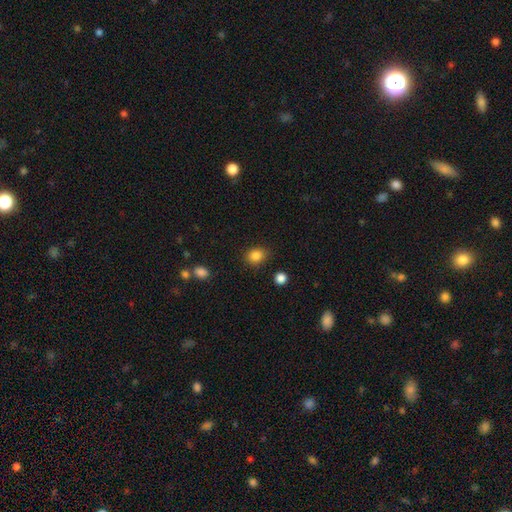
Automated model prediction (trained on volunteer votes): smooth 85%, star or artifact 11%, featured or disk 4%. Down the decision tree: how rounded — round (58%); merging — none (83%).